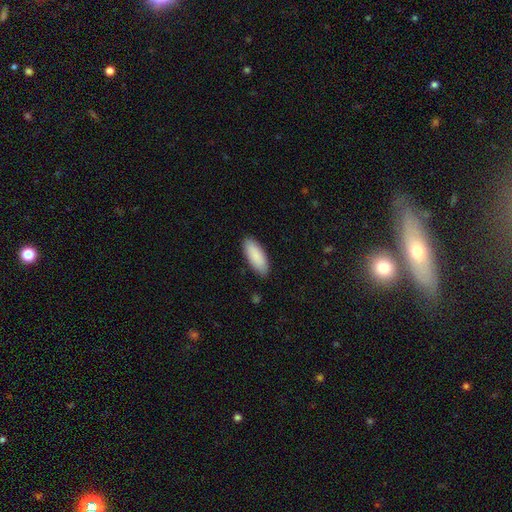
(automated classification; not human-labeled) Smooth or featured? Predicted: smooth (p=0.89). How rounded? Predicted: in between (p=0.76). Merging? Predicted: none (p=0.88).